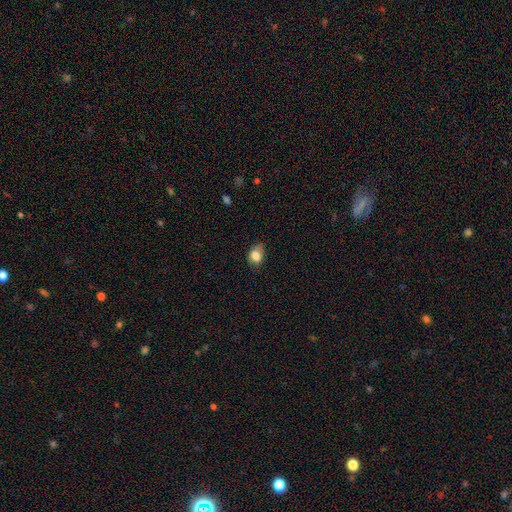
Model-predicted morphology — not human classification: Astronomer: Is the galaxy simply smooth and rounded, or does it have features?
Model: smooth — 80%.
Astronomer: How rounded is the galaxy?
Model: in between — 70%.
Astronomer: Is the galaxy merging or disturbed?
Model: none — 57% (runner-up: minor disturbance, 32%).